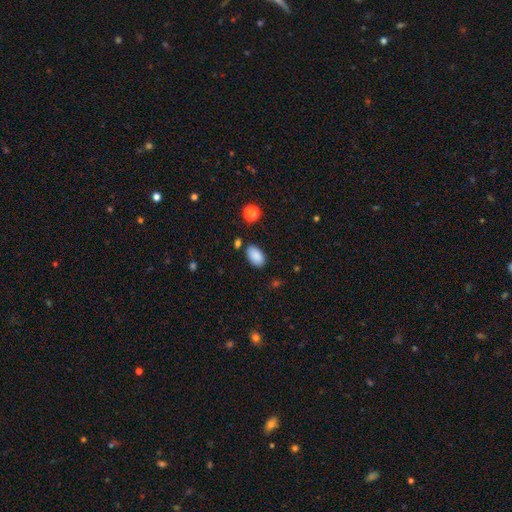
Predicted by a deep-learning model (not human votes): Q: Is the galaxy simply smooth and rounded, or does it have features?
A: smooth — 88%.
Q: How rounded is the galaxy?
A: in between — 94%.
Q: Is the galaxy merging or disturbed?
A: none — 81%.